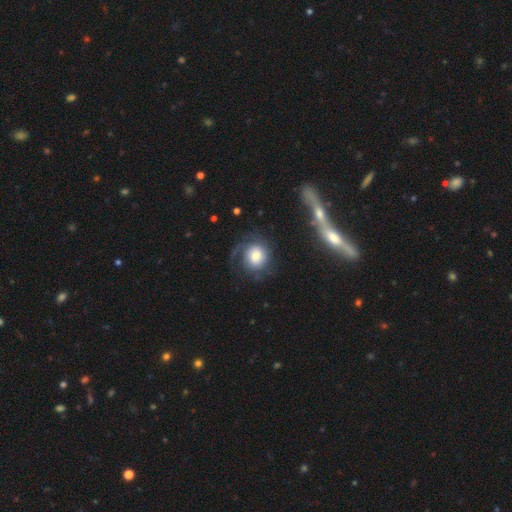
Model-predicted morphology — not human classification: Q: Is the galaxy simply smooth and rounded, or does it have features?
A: smooth — 46%.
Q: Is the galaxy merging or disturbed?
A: none — 54%.